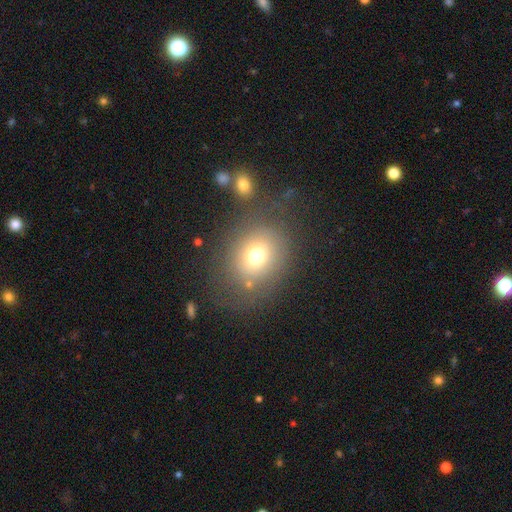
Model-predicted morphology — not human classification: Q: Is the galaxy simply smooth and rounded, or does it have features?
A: smooth — 69%.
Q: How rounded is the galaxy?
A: round — 63%.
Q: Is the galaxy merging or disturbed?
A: none — 67%.